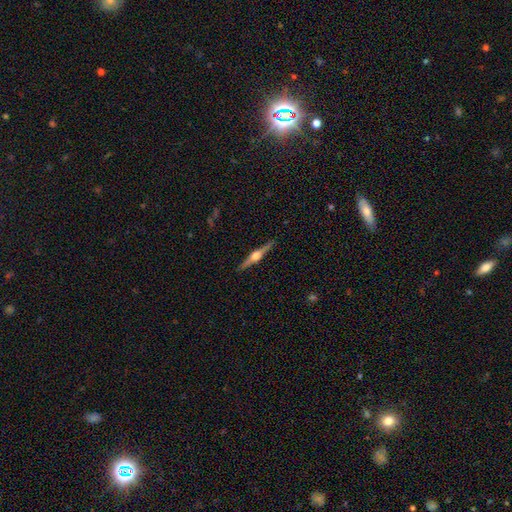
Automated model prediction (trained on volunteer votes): Morphology: type=featured or disk (83%); edge-on=yes (98%); edge-on bulge=rounded (94%); merging=none (91%).